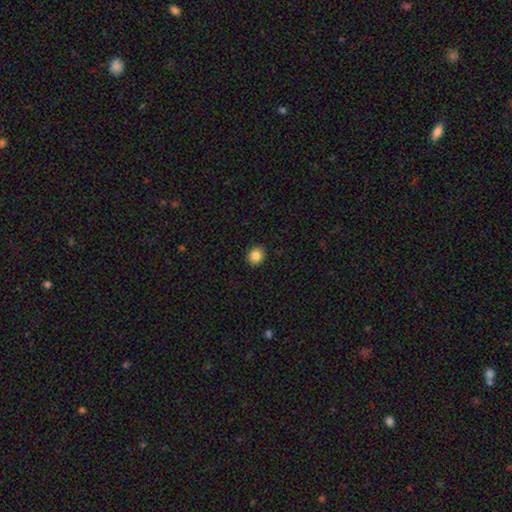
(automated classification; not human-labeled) Q: Smooth or featured?
A: smooth (85%); runner-up: star or artifact (10%)
Q: How rounded?
A: round (71%); runner-up: in between (28%)
Q: Merging?
A: none (92%); runner-up: minor disturbance (6%)